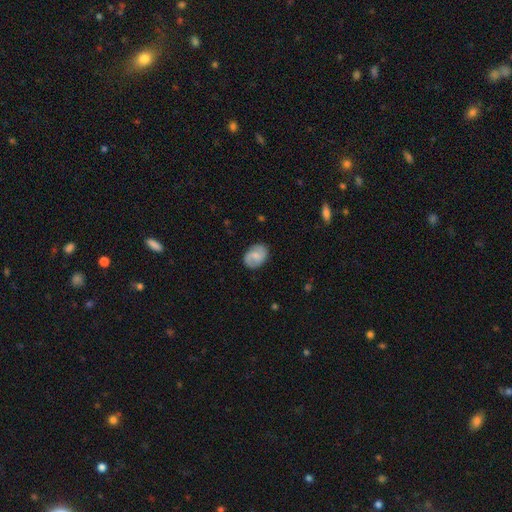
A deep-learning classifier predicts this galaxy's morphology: This is possibly a smooth galaxy (51%). How rounded: likely in between (72%). Merging: clearly none (82%).